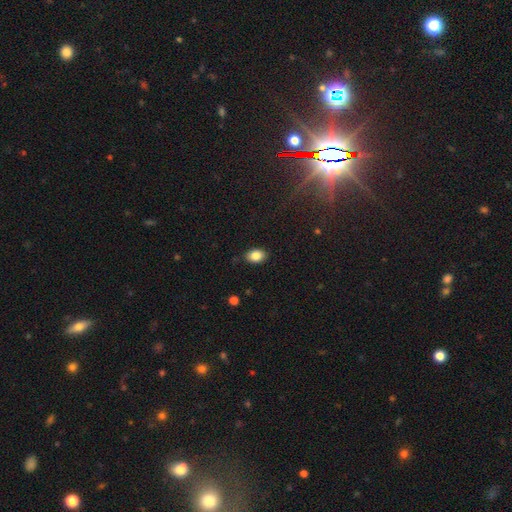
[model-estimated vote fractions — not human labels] Q: Smooth or featured?
A: smooth (85%); runner-up: star or artifact (8%)
Q: How rounded?
A: in between (82%); runner-up: round (17%)
Q: Merging?
A: none (85%); runner-up: minor disturbance (11%)